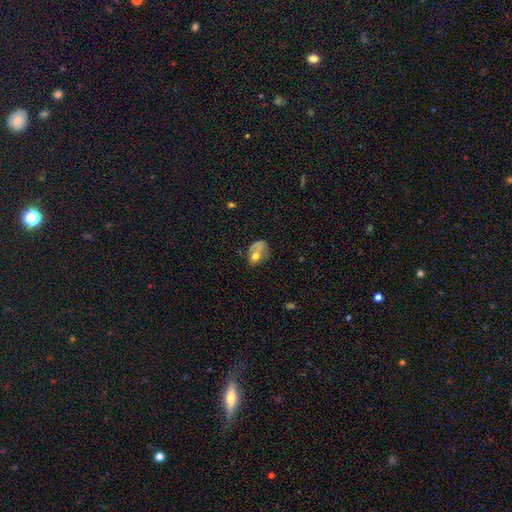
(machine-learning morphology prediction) type=smooth (58%); roundness=in between (68%); merging=major disturbance (31%).